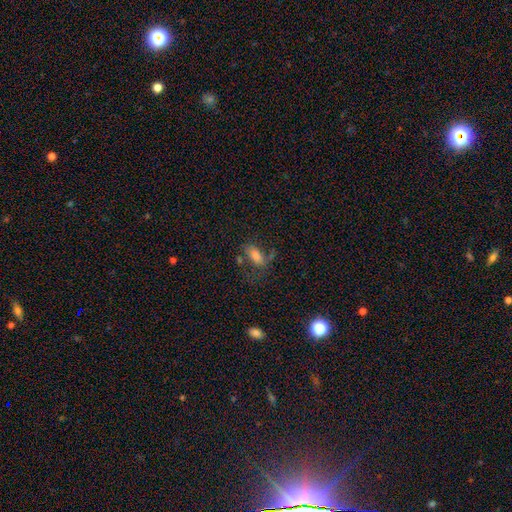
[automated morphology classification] Smooth or featured? Predicted: smooth (p=0.67). How rounded? Predicted: in between (p=0.86). Merging? Predicted: none (p=0.47).